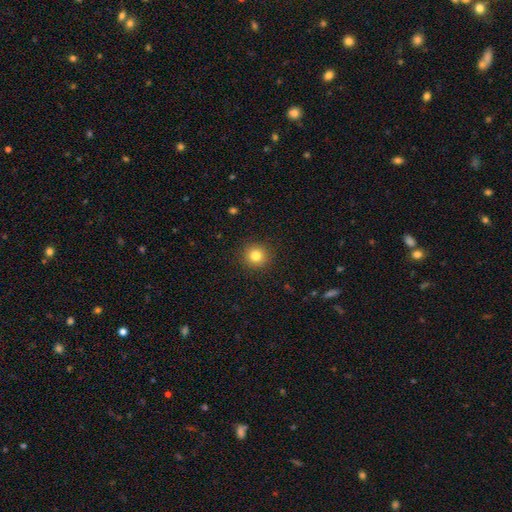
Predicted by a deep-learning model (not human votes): This appears to be a smooth galaxy with no disk features (82%) that is round (93%). Merging: none (91%).